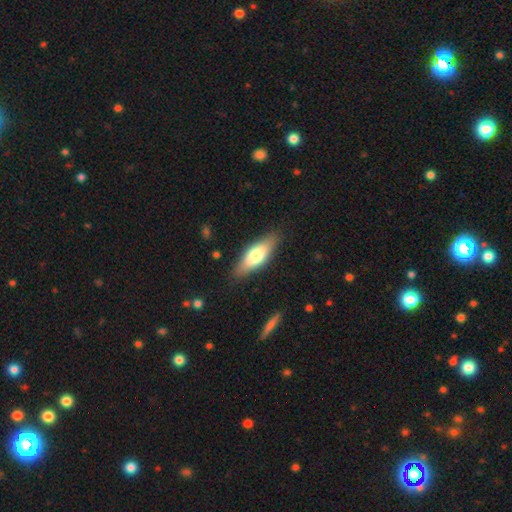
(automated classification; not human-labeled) Smooth or featured? smooth (63%)
How rounded? in between (60%)
Merging? none (85%)